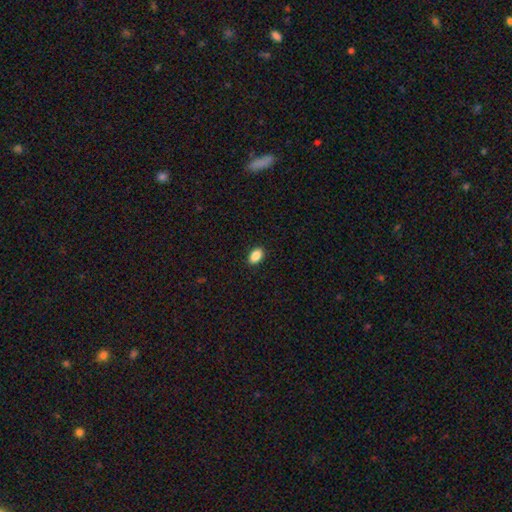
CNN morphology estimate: Q: Smooth or featured?
A: smooth (88%); runner-up: star or artifact (8%)
Q: How rounded?
A: in between (90%); runner-up: round (8%)
Q: Merging?
A: none (90%); runner-up: minor disturbance (8%)